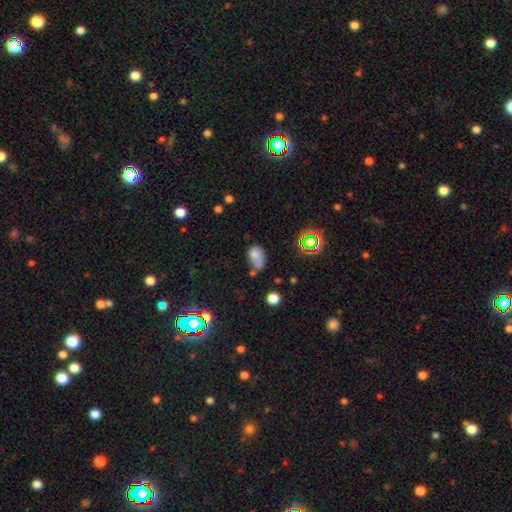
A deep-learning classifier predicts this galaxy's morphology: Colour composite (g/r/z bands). It shows a smooth galaxy with no disk features (72%) that is in between round and cigar-shaped (83%). Merging: none (35%).